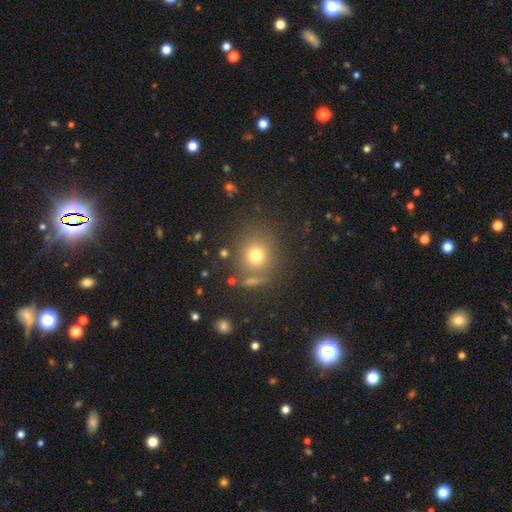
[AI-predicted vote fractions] The model was most divided on "smooth or featured": smooth: 73%, star or artifact: 17%, featured or disk: 10%. More confident: how rounded — round (84%); merging — none (77%).